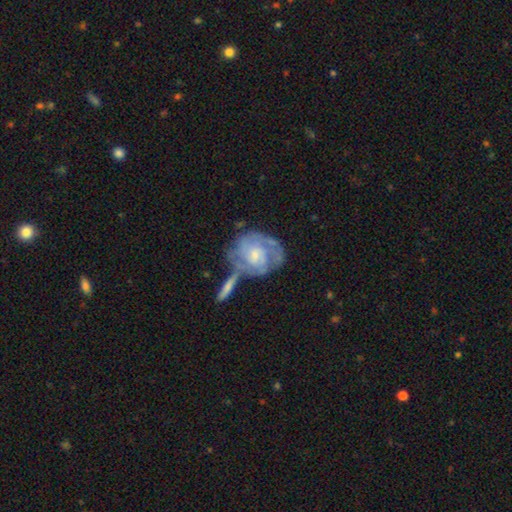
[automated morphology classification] Overall: featured or disk (78%). Edge-on disk: no (97%). Bar: no (69%). Spiral arms: yes (89%). Spiral arm count: can't tell (38%; 2 31%). Spiral winding: tight (64%; medium 28%). Bulge size: small (55%; moderate 36%). Merging: none (47%; merger 24%).